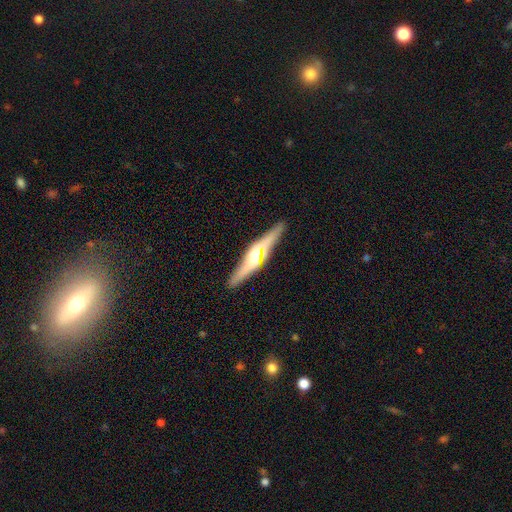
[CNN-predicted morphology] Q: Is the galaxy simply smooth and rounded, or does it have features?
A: featured or disk — 69%.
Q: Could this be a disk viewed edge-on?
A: yes — 93%.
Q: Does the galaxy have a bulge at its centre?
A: rounded — 84%.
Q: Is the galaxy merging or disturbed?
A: none — 86%.